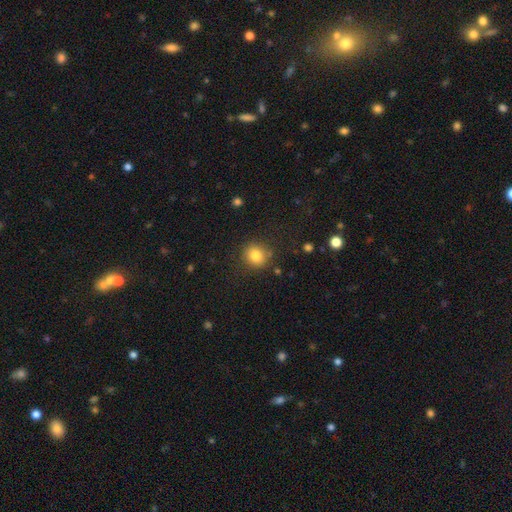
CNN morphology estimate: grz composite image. It shows a smooth galaxy with no disk features (82%) that is round (82%). Merging: none (83%).